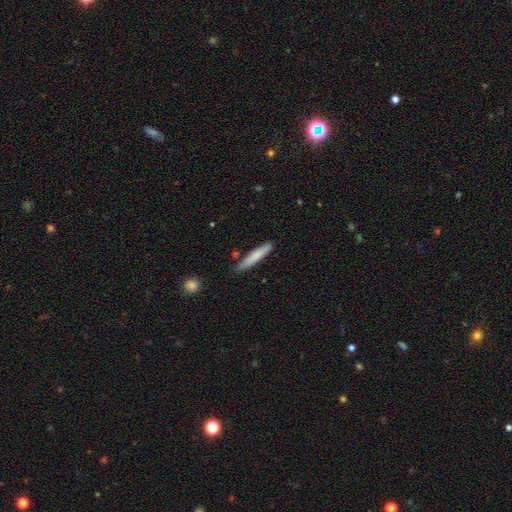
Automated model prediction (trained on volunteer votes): Morphology: type=smooth (74%); roundness=cigar-shaped (92%); merging=none (81%).